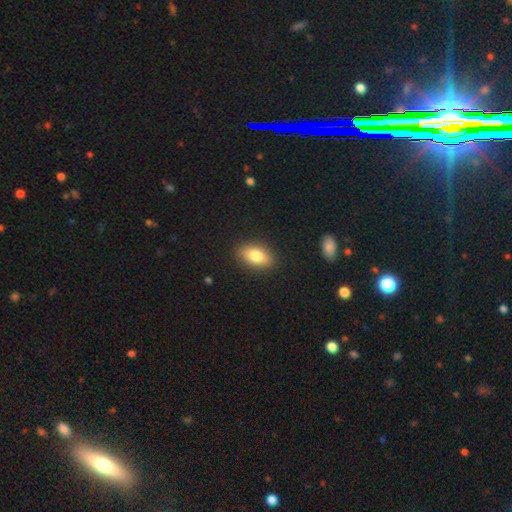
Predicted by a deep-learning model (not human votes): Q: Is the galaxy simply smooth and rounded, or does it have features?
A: smooth — 79%.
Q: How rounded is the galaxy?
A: in between — 88%.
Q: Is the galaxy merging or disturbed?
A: none — 88%.